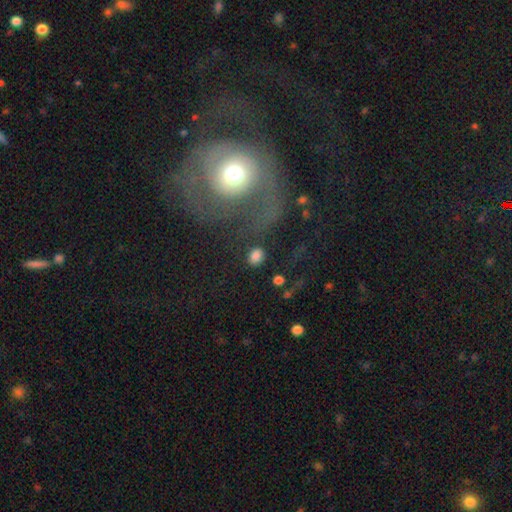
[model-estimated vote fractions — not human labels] smooth_or_featured: smooth (p=0.82) [alt: star or artifact p=0.11]
how_rounded: round (p=0.55) [alt: in between p=0.44]
merging: none (p=0.80) [alt: minor disturbance p=0.10]